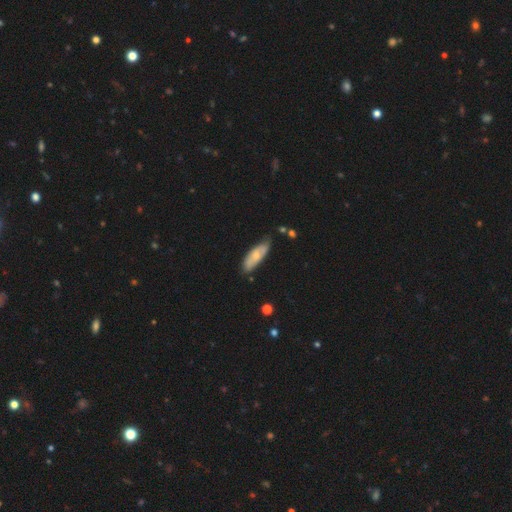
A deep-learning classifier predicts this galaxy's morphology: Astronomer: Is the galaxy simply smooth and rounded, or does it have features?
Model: smooth — 62%.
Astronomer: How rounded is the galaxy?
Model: in between — 61% (runner-up: cigar-shaped, 37%).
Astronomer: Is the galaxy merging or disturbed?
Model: none — 67%.